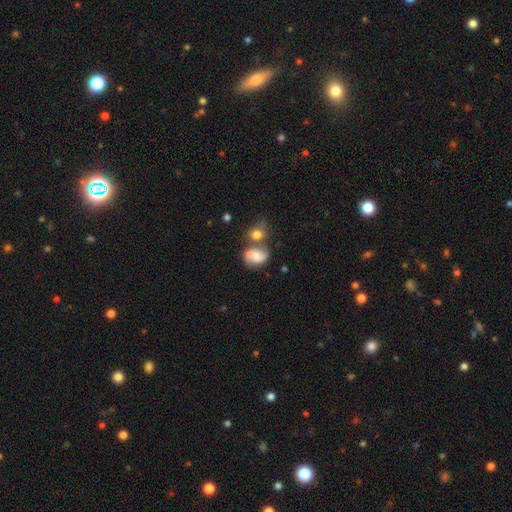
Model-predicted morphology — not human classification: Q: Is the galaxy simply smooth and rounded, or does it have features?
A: featured or disk — 49%.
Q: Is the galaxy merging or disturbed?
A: merger — 41%.